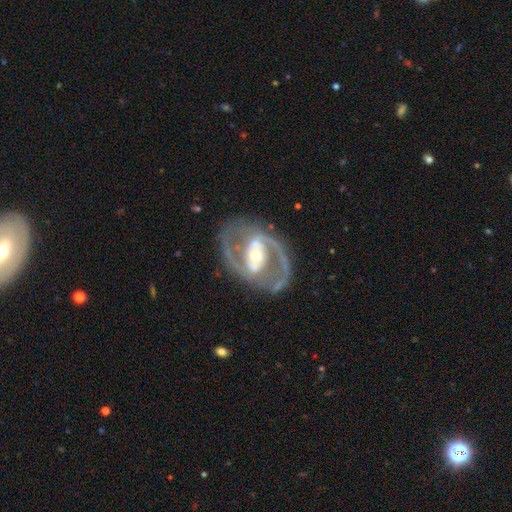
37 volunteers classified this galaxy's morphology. Smooth or featured? featured or disk (89%)
Edge-on disk? no (94%)
Bar? strong (45%)
Spiral arms? yes (87%)
Spiral winding? medium (56%)
Spiral arm count? 2 (89%)
Bulge size? moderate (52%)
Merging? none (75%)